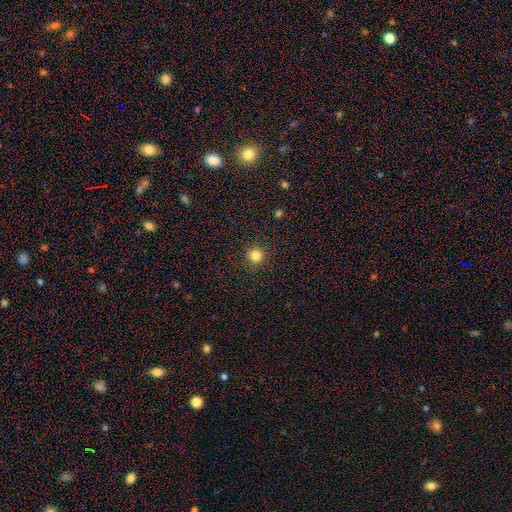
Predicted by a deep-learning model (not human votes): smooth 82%, star or artifact 14%, featured or disk 5%. Down the decision tree: how rounded — round (94%); merging — none (90%).